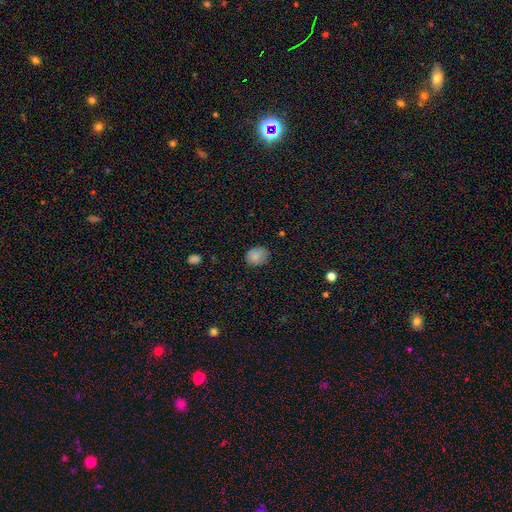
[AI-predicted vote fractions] Overall: smooth (83%). How rounded: in between (52%; round 47%). Merging: none (76%).